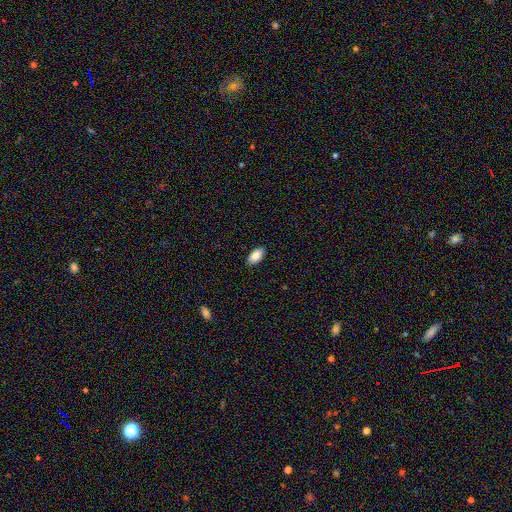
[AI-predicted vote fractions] Smooth or featured? smooth (85%)
How rounded? in between (94%)
Merging? none (89%)